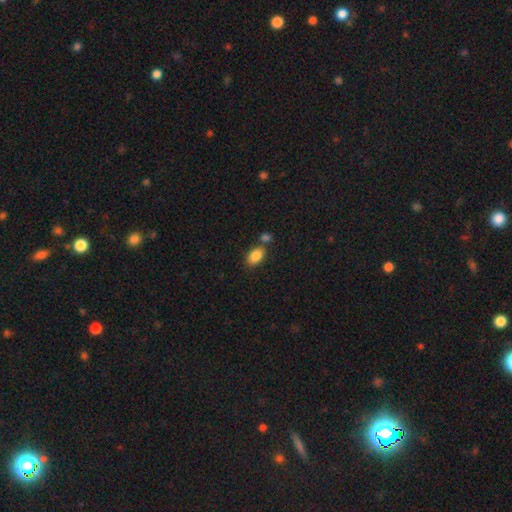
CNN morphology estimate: This is clearly a smooth galaxy (86%). How rounded: clearly in between (89%). Merging: likely none (65%).